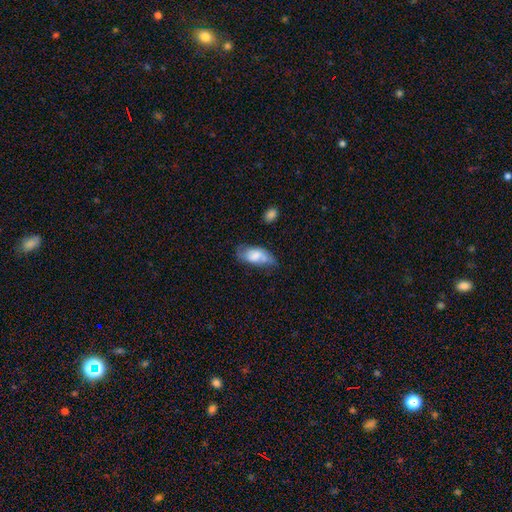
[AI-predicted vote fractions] The model was most divided on "merging": none: 51%, minor disturbance: 33%, major disturbance: 12%, merger: 5%. More confident: how rounded — in between (89%); smooth or featured — smooth (66%).